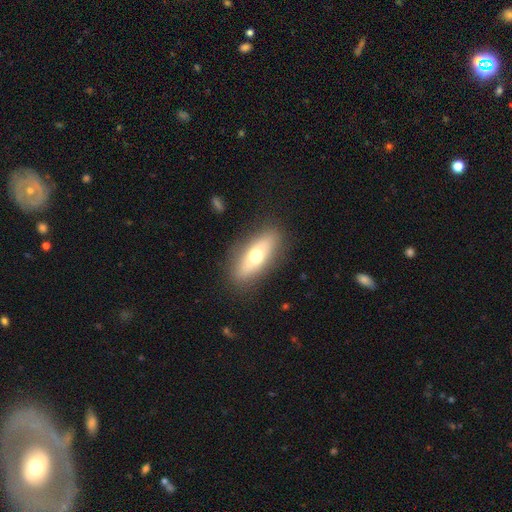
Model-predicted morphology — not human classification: smooth_or_featured: smooth (p=0.59) [alt: featured or disk p=0.34]
how_rounded: in between (p=0.61) [alt: cigar-shaped p=0.35]
merging: none (p=0.86) [alt: minor disturbance p=0.10]